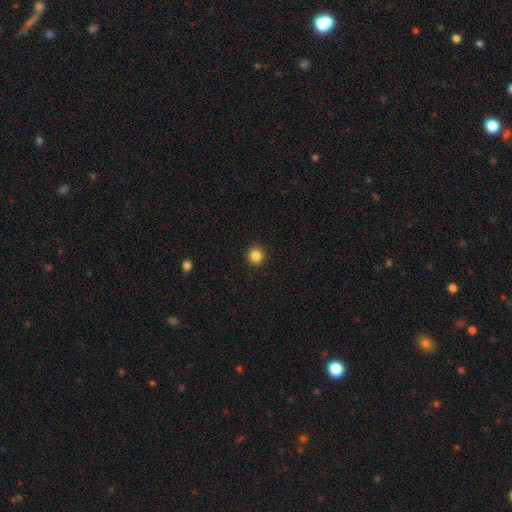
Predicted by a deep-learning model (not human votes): smooth_or_featured: smooth (p=0.85) [alt: star or artifact p=0.11]
how_rounded: round (p=0.94) [alt: in between p=0.05]
merging: none (p=0.93) [alt: minor disturbance p=0.05]